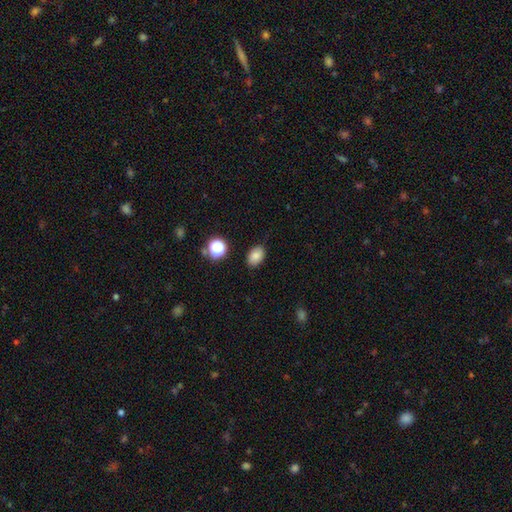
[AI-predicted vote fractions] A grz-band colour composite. It shows a smooth galaxy with no disk features (83%) that is in between round and cigar-shaped (82%). Merging: none (84%).